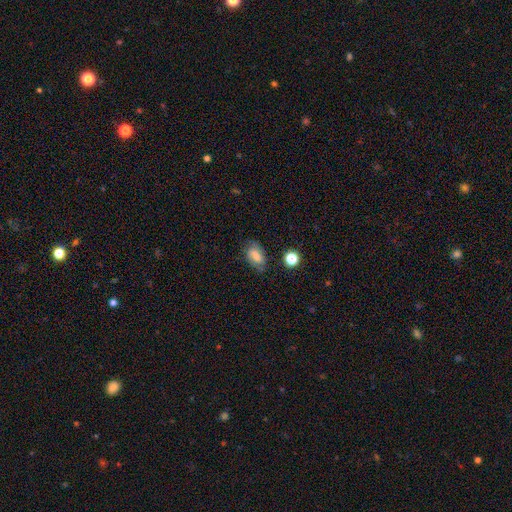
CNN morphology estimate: This appears to be a smooth galaxy with no disk features (62%) that is in between round and cigar-shaped (86%). Merging: none (69%).